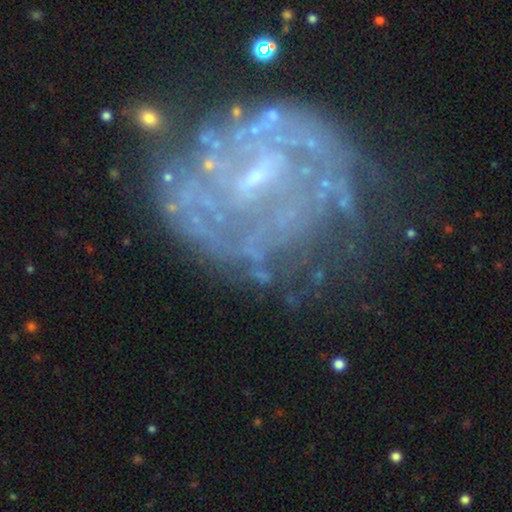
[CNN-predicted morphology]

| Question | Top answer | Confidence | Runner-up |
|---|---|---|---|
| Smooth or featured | featured or disk | 80% | star or artifact (10%) |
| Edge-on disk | no | 97% | yes (3%) |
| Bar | weak | 49% | no (29%) |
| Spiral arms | yes | 78% | no (22%) |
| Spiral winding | tight | 52% | medium (31%) |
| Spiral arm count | can't tell | 44% | 2 (26%) |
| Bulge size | small | 64% | moderate (17%) |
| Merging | none | 57% | minor disturbance (21%) |